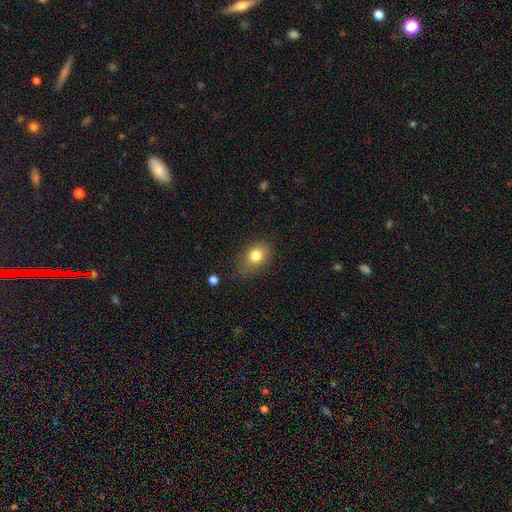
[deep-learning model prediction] smooth-or-featured: smooth: 80% | star or artifact: 10% | featured or disk: 10%
  how-rounded: in between: 65% | round: 33% | cigar-shaped: 2%
  merging: none: 72% | minor disturbance: 20% | major disturbance: 6% | merger: 2%